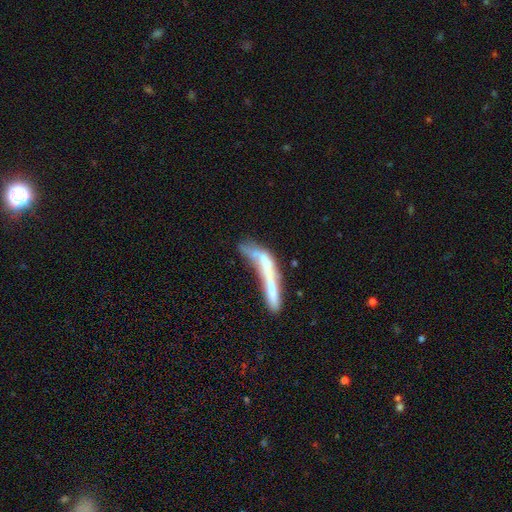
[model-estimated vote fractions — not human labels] Smooth or featured? smooth (46%)
Merging? merger (33%)